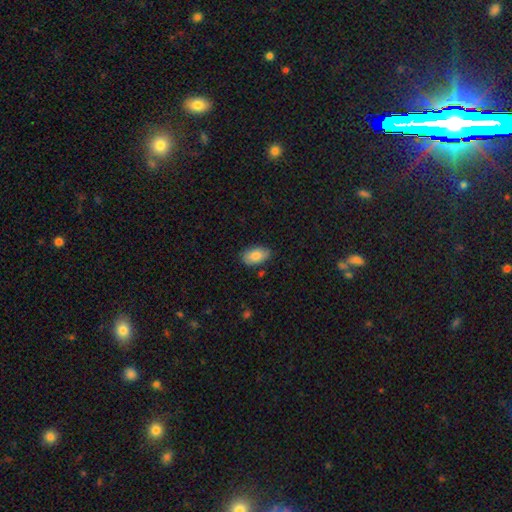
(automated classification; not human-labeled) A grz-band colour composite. It shows a smooth galaxy with no disk features (85%) that is in between round and cigar-shaped (93%). Merging: none (83%).